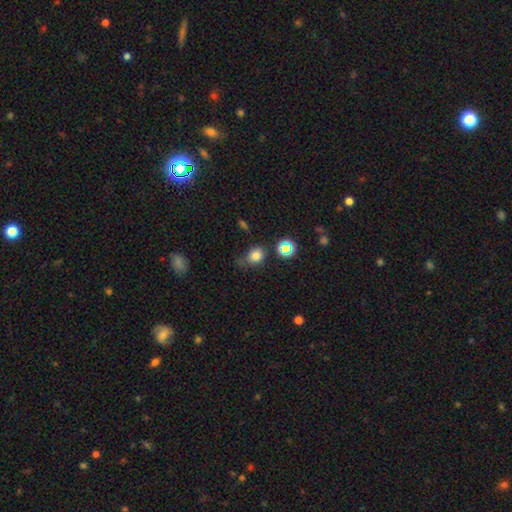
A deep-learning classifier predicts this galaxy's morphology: The model was most divided on "how rounded": round: 55%, in between: 44%, cigar-shaped: 1%. More confident: smooth or featured — smooth (75%); merging — none (53%).